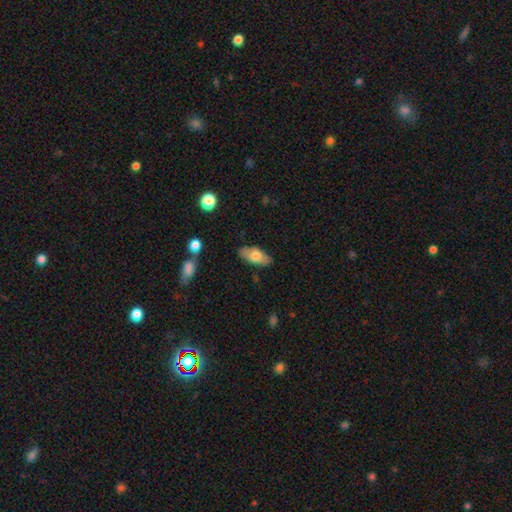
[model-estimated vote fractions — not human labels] This appears to be a smooth galaxy with no disk features (69%) that is in between round and cigar-shaped (87%). Merging: none (82%).